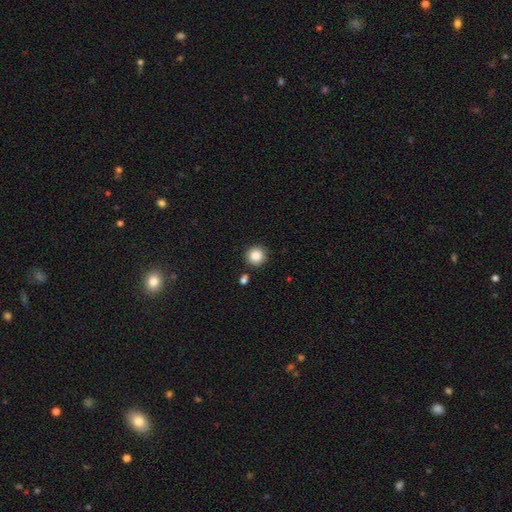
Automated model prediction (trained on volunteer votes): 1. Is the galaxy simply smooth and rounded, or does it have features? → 86% smooth, 10% star or artifact, 4% featured or disk.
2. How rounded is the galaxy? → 94% round, 5% in between, 1% cigar-shaped.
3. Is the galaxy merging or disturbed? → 88% none, 6% minor disturbance, 3% merger, 2% major disturbance.